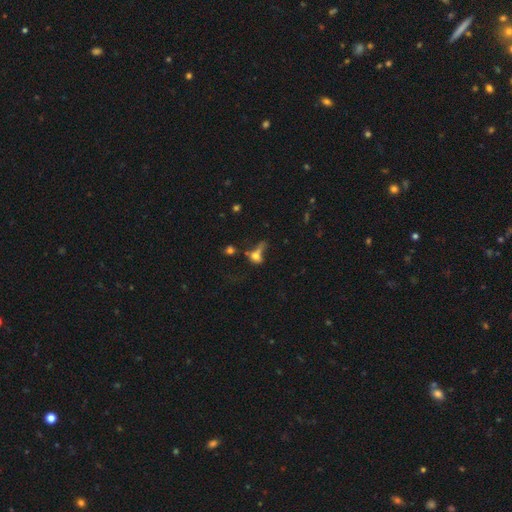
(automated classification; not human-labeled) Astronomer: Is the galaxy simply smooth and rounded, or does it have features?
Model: smooth — 58%.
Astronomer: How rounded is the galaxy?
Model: in between — 55% (runner-up: round, 36%).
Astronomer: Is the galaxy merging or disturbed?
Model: major disturbance — 34% (runner-up: merger, 29%).